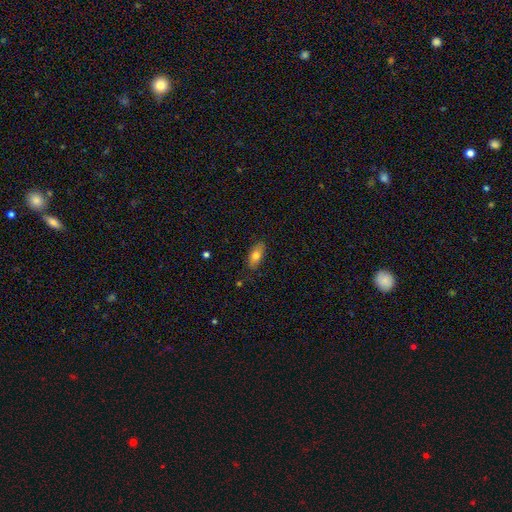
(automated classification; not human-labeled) Smooth or featured?
  - smooth: 73% *
  - featured or disk: 20%
  - star or artifact: 7%
How rounded?
  - in between: 84% *
  - cigar-shaped: 13%
  - round: 3%
Merging?
  - none: 83% *
  - minor disturbance: 13%
  - major disturbance: 2%
  - merger: 1%